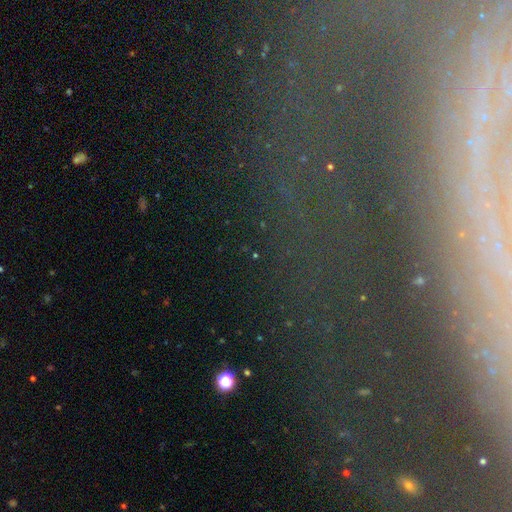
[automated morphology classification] smooth-or-featured: star or artifact: 71% | smooth: 16% | featured or disk: 13%